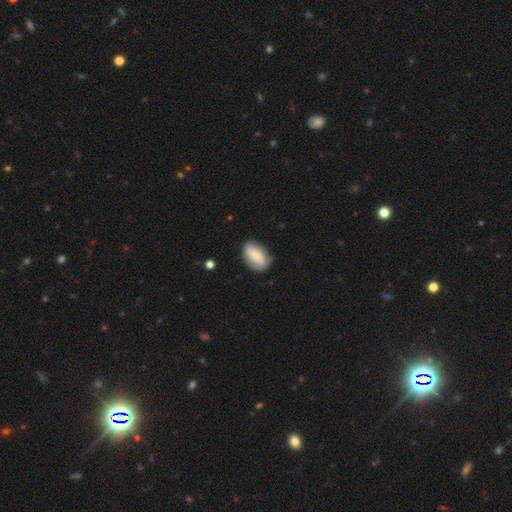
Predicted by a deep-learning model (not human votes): This is likely a smooth galaxy (74%). How rounded: clearly in between (91%). Merging: likely none (79%).